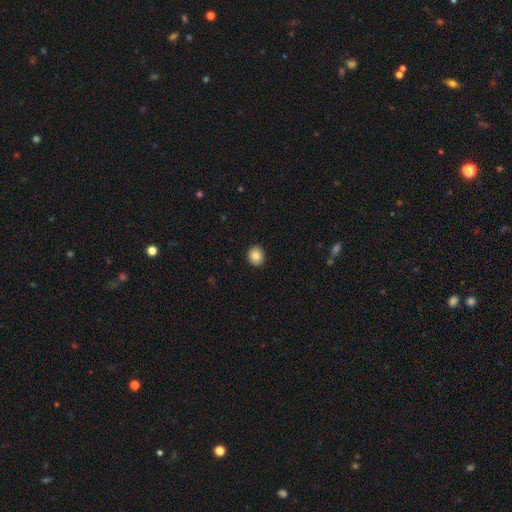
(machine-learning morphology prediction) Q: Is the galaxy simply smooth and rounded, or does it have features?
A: smooth — 84%.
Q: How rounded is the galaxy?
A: round — 80%.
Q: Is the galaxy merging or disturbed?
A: none — 92%.